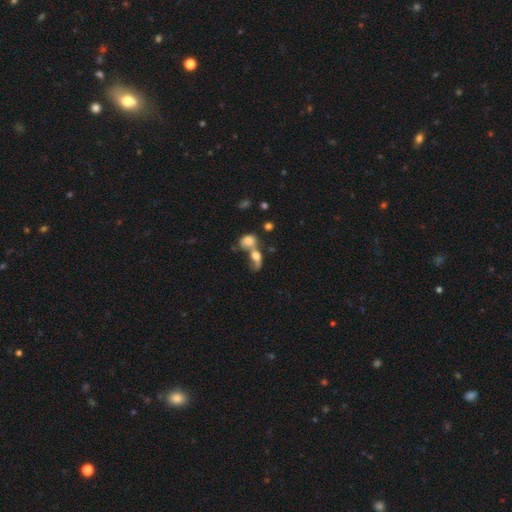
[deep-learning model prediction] The model was most divided on "how rounded": in between: 63%, round: 31%, cigar-shaped: 6%. More confident: merging — merger (68%); smooth or featured — smooth (62%).